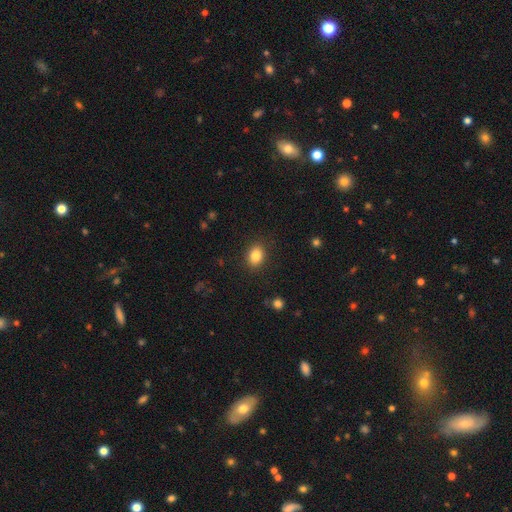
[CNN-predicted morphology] Smooth or featured?
  - smooth: 85% *
  - star or artifact: 10%
  - featured or disk: 6%
How rounded?
  - in between: 61% *
  - round: 38%
  - cigar-shaped: 1%
Merging?
  - none: 87% *
  - minor disturbance: 9%
  - major disturbance: 3%
  - merger: 1%